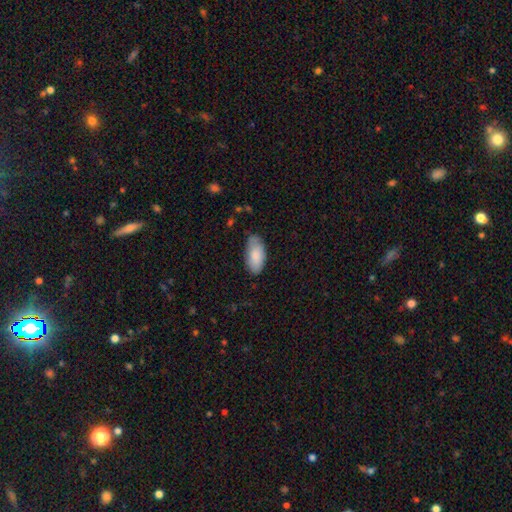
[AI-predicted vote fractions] Smooth or featured? smooth (84%)
How rounded? in between (94%)
Merging? none (76%)